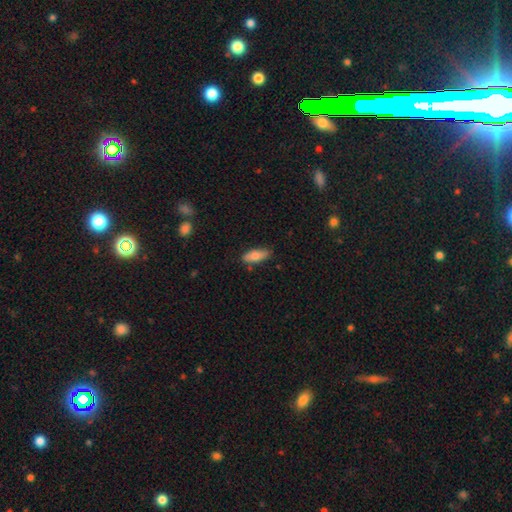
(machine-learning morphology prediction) smooth_or_featured: smooth (p=0.79) [alt: featured or disk p=0.14]
how_rounded: in between (p=0.70) [alt: cigar-shaped p=0.28]
merging: none (p=0.82) [alt: minor disturbance p=0.14]